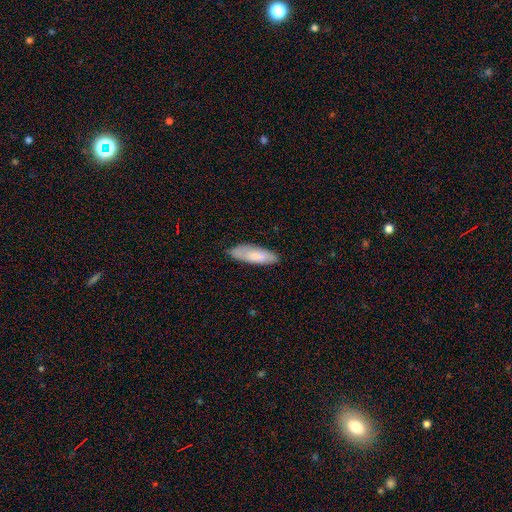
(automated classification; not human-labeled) Morphology: type=smooth (73%); roundness=in between (56%); merging=none (79%).